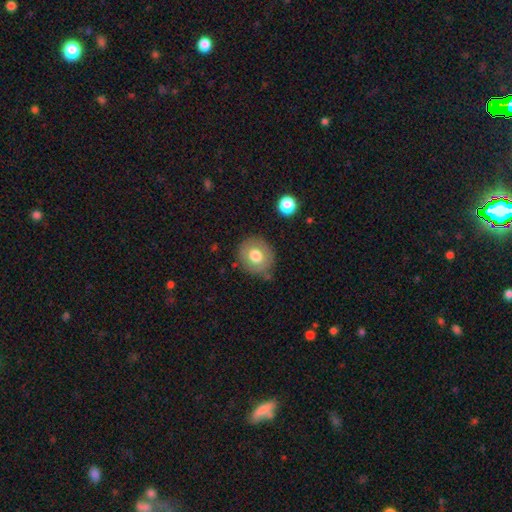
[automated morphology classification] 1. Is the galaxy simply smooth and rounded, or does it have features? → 73% smooth, 18% featured or disk, 8% star or artifact.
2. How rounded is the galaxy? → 82% round, 17% in between, 1% cigar-shaped.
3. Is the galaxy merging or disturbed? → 77% none, 15% minor disturbance, 4% major disturbance, 3% merger.